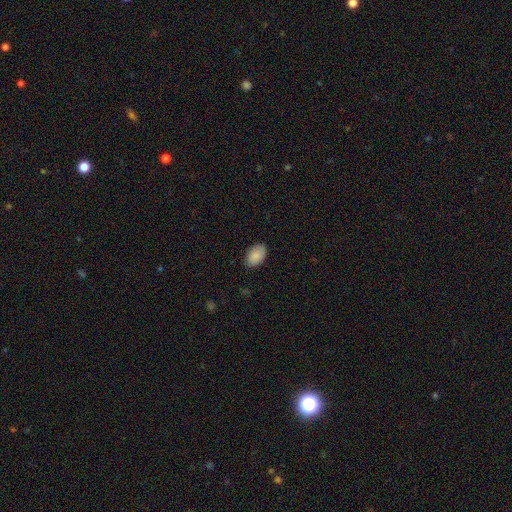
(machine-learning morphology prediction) smooth-or-featured: smooth: 89% | star or artifact: 7% | featured or disk: 4%
  how-rounded: in between: 92% | round: 7% | cigar-shaped: 1%
  merging: none: 86% | minor disturbance: 11% | major disturbance: 2% | merger: 1%